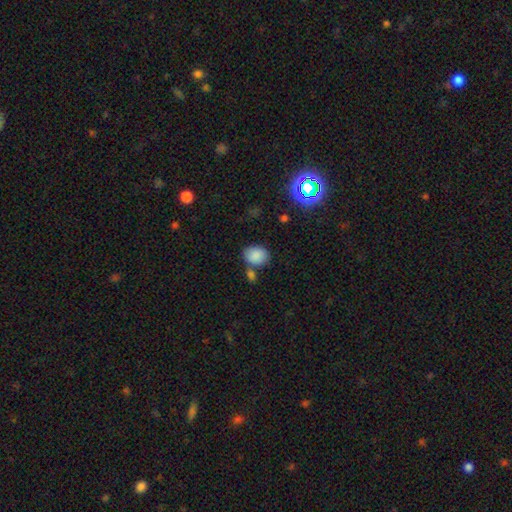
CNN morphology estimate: Smooth or featured? smooth (86%)
How rounded? in between (63%)
Merging? none (64%)